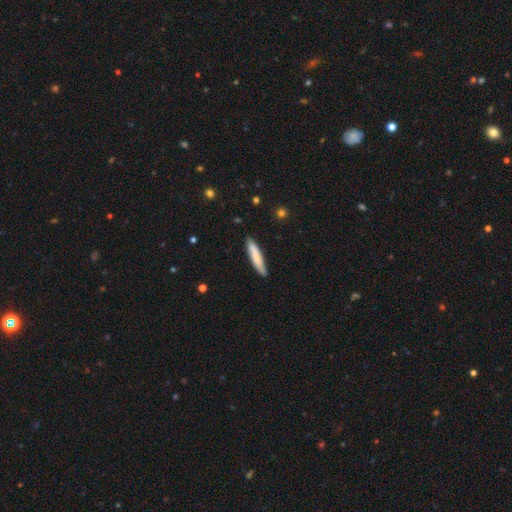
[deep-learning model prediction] Smooth or featured? Predicted: smooth (p=0.77). How rounded? Predicted: cigar-shaped (p=0.90). Merging? Predicted: none (p=0.85).